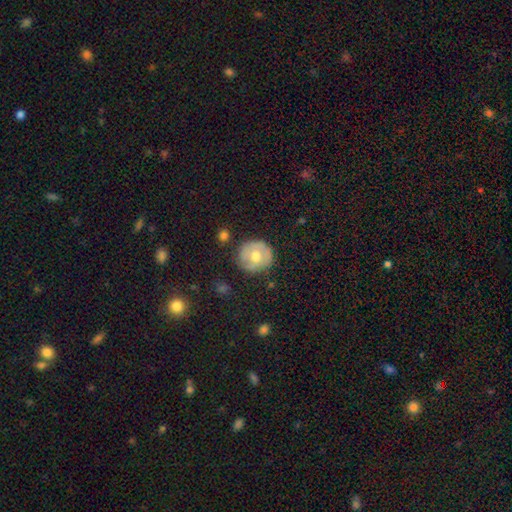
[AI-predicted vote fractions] Smooth or featured? Predicted: smooth (p=0.53). How rounded? Predicted: round (p=0.88). Merging? Predicted: none (p=0.76).